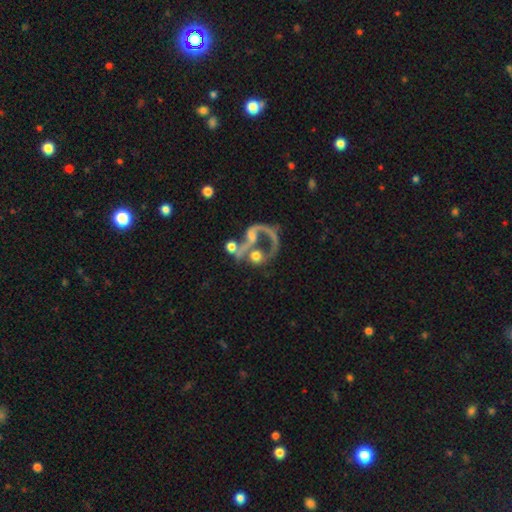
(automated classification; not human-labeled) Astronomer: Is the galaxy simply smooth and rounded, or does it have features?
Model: featured or disk — 58%.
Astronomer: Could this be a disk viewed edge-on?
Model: no — 97%.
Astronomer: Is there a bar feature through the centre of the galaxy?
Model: no — 70%.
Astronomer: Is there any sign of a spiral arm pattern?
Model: yes — 57% (runner-up: no, 43%).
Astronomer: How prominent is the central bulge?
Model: moderate — 32% (runner-up: small, 27%).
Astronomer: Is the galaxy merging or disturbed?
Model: merger — 43% (runner-up: major disturbance, 25%).